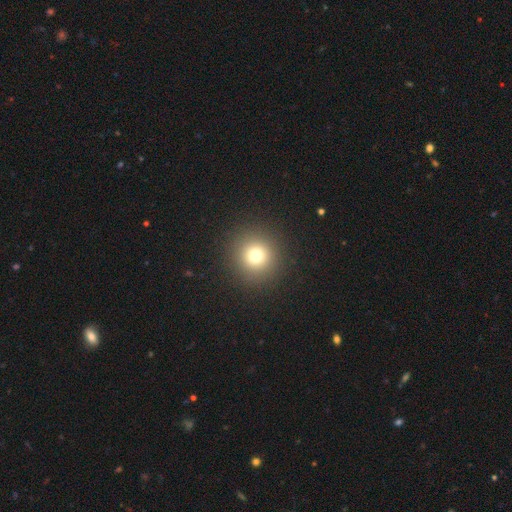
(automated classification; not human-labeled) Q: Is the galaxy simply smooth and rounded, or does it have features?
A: smooth — 75%.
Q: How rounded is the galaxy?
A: round — 95%.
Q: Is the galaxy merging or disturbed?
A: none — 92%.